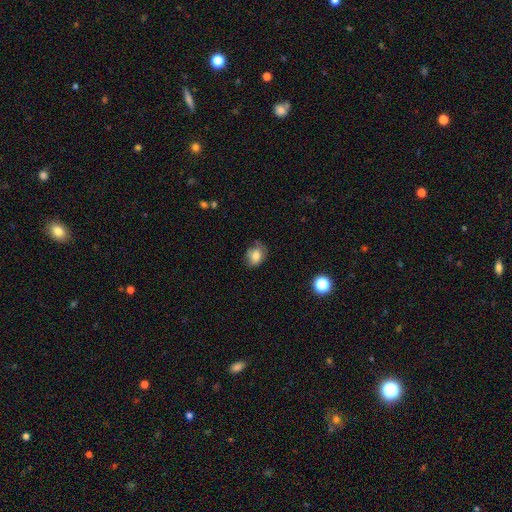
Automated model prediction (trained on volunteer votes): Morphology: type=smooth (76%); roundness=in between (59%); merging=none (67%).